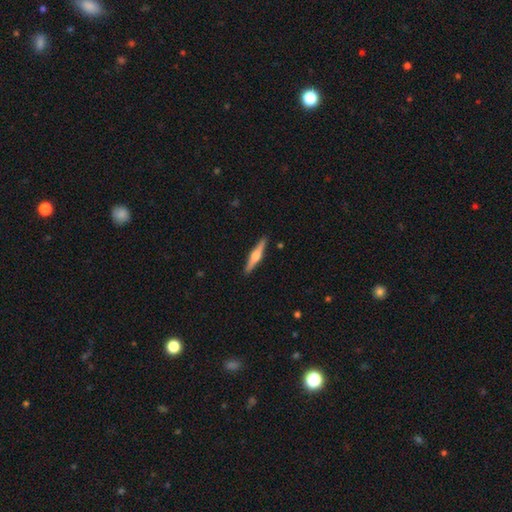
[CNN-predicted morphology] This appears to be a featured or disk galaxy (68%) viewed edge-on (98%) with a rounded central bulge (92%). Merging: none (91%).